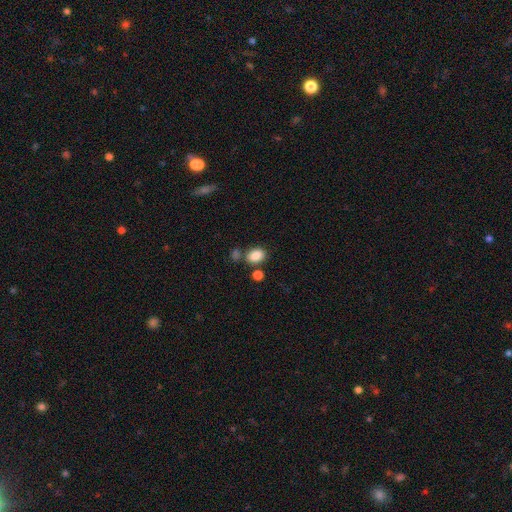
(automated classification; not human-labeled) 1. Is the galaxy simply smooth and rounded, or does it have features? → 86% smooth, 9% star or artifact, 5% featured or disk.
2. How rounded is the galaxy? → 75% in between, 24% round, 1% cigar-shaped.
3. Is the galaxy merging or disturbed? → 66% none, 17% merger, 13% minor disturbance, 4% major disturbance.